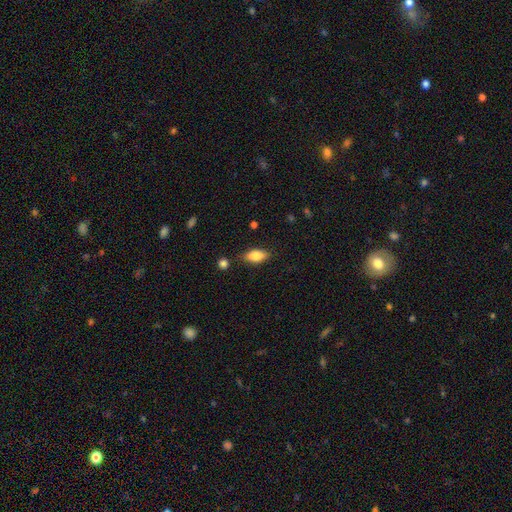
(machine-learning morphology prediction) smooth-or-featured: smooth: 79% | featured or disk: 14% | star or artifact: 7%
  how-rounded: in between: 86% | cigar-shaped: 10% | round: 4%
  merging: none: 81% | minor disturbance: 13% | merger: 3% | major disturbance: 3%